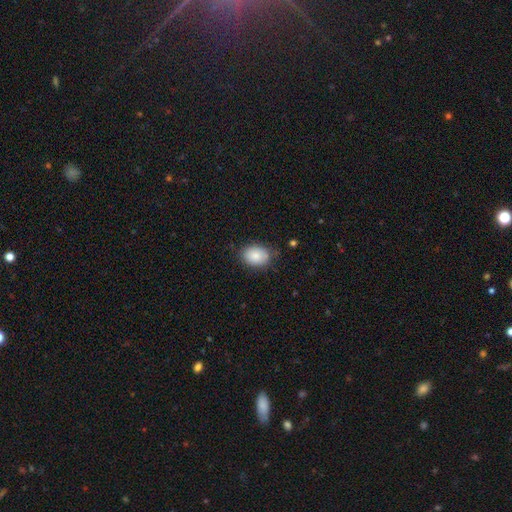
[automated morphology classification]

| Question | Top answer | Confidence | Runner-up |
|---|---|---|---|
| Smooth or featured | smooth | 86% | star or artifact (7%) |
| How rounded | in between | 75% | round (24%) |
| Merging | none | 79% | minor disturbance (17%) |